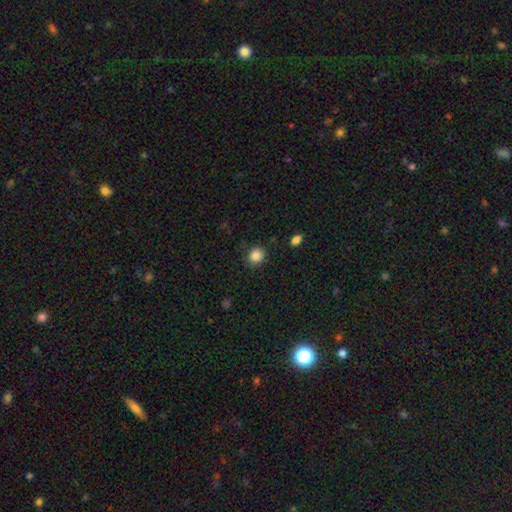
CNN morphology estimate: smooth 87%, star or artifact 10%, featured or disk 3%. Down the decision tree: how rounded — round (78%); merging — none (87%).